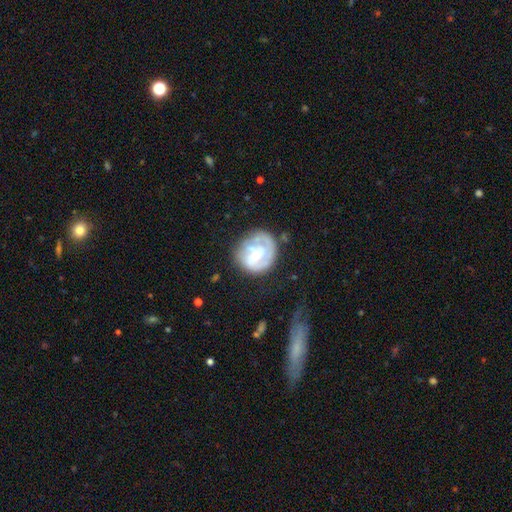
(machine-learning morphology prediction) Q: Smooth or featured?
A: featured or disk (69%); runner-up: smooth (25%)
Q: Edge-on disk?
A: no (98%); runner-up: yes (2%)
Q: Bar?
A: no (56%); runner-up: weak (36%)
Q: Spiral arms?
A: yes (73%); runner-up: no (27%)
Q: Bulge size?
A: small (57%); runner-up: moderate (32%)
Q: Merging?
A: none (59%); runner-up: minor disturbance (22%)